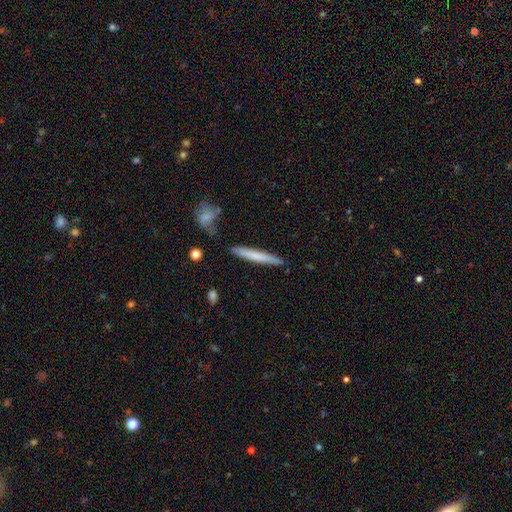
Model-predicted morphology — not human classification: This appears to be a smooth galaxy with no disk features (66%) that is cigar-shaped (95%). Merging: none (83%).